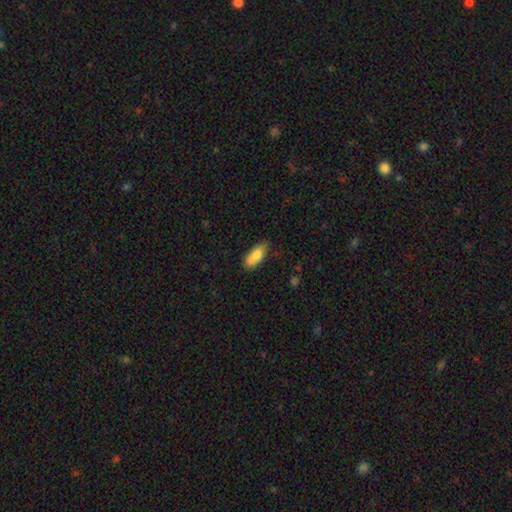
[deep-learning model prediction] Morphology: type=smooth (77%); roundness=in between (79%); merging=none (54%).